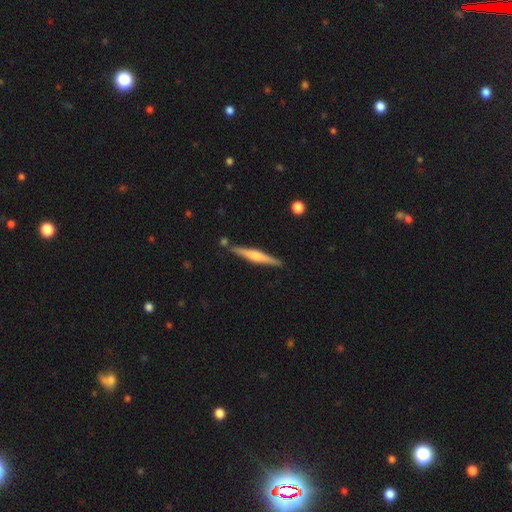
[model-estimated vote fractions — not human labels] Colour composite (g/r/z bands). It shows a featured or disk galaxy (61%) viewed edge-on (97%) with a rounded central bulge (77%). Merging: none (85%).